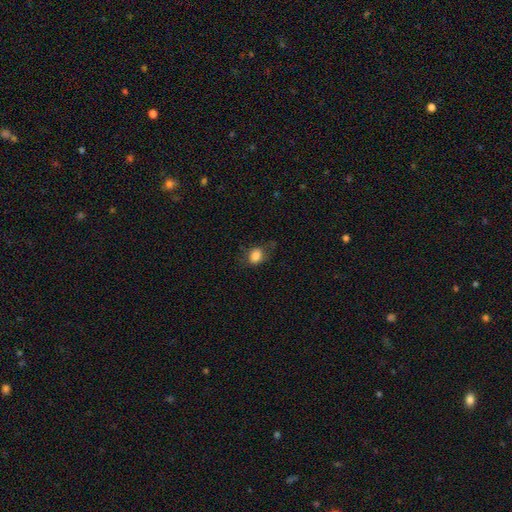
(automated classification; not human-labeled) Smooth or featured: smooth — 84% (star or artifact — 9%)
How rounded: in between — 62% (round — 37%)
Merging: none — 66% (minor disturbance — 23%)